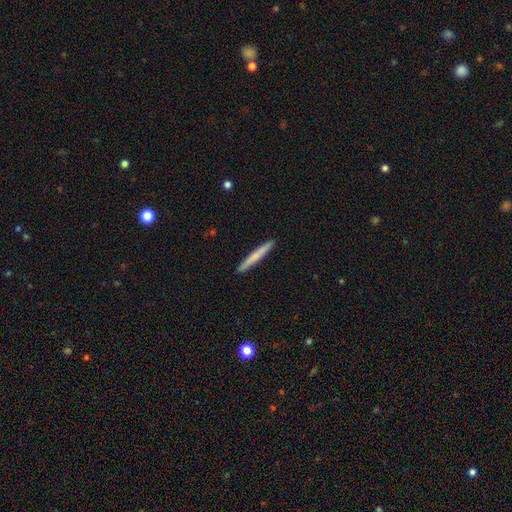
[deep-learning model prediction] A smooth galaxy with no disk features (64%) that is cigar-shaped (97%).

Vote fractions:
- Smooth or featured? smooth: 64% / featured or disk: 31% / star or artifact: 5%
- How rounded? cigar-shaped: 97% / in between: 2% / round: 1%
- Merging? none: 93% / minor disturbance: 5% / major disturbance: 1% / merger: 1%